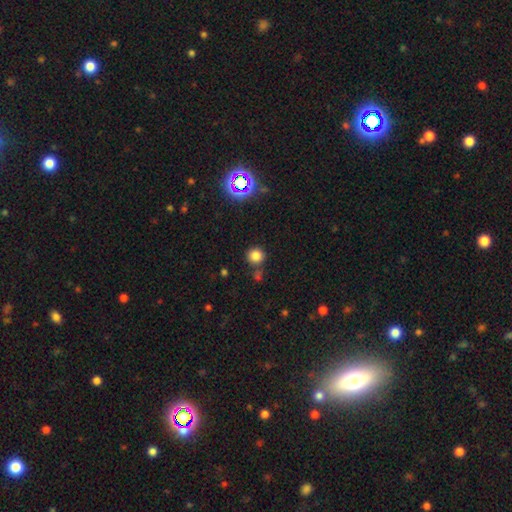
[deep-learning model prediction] Smooth or featured: smooth — 79% (star or artifact — 15%)
How rounded: round — 93% (in between — 6%)
Merging: none — 76% (merger — 11%)